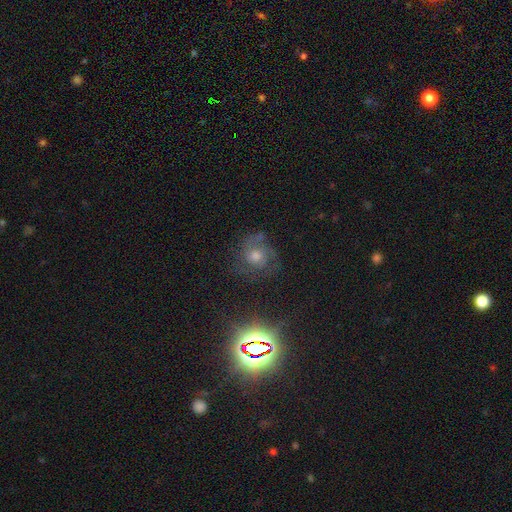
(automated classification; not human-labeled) Q: Smooth or featured?
A: featured or disk (57%); runner-up: star or artifact (26%)
Q: Edge-on disk?
A: no (96%); runner-up: yes (4%)
Q: Bar?
A: no (76%); runner-up: weak (20%)
Q: Spiral arms?
A: yes (90%); runner-up: no (10%)
Q: Bulge size?
A: moderate (59%); runner-up: small (19%)
Q: Merging?
A: none (68%); runner-up: minor disturbance (17%)